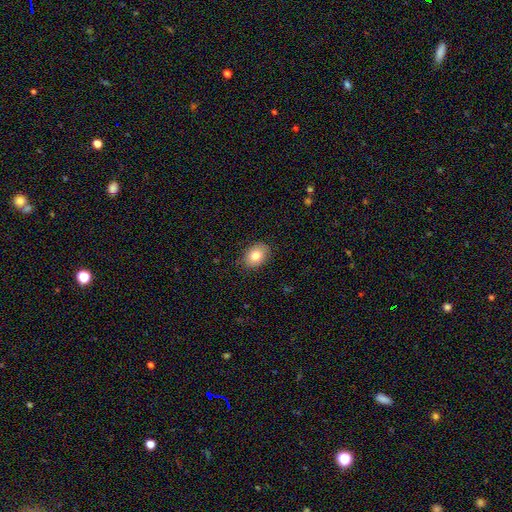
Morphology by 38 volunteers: Volunteers were most divided on "how rounded": in between: 74%, round: 26%, cigar-shaped: 0%. More confident: merging — none (86%); smooth or featured — smooth (82%).